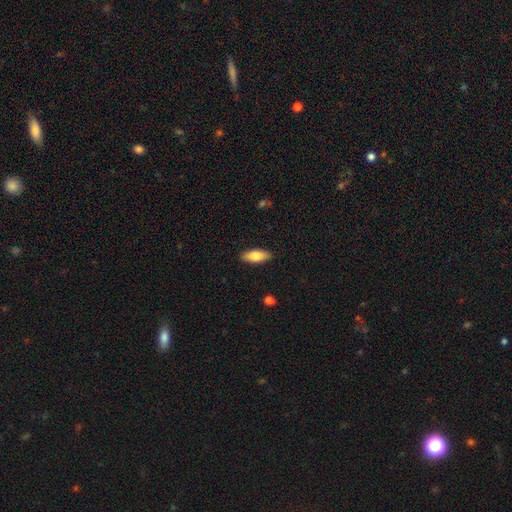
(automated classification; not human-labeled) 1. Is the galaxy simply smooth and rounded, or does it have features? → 77% smooth, 17% featured or disk, 6% star or artifact.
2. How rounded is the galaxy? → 75% in between, 23% cigar-shaped, 2% round.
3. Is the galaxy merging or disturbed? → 89% none, 8% minor disturbance, 2% major disturbance, 1% merger.